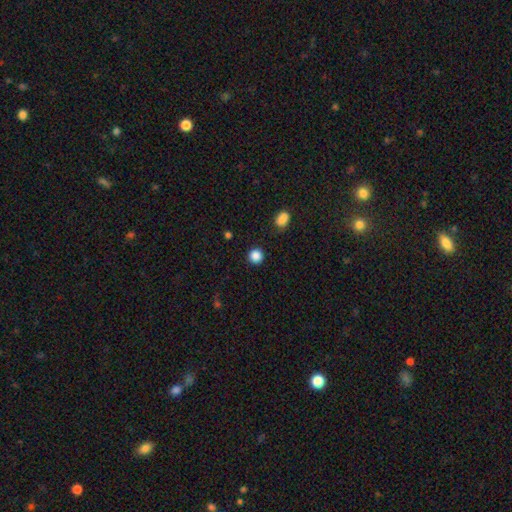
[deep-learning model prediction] Overall: smooth (87%). How rounded: round (94%). Merging: none (90%).